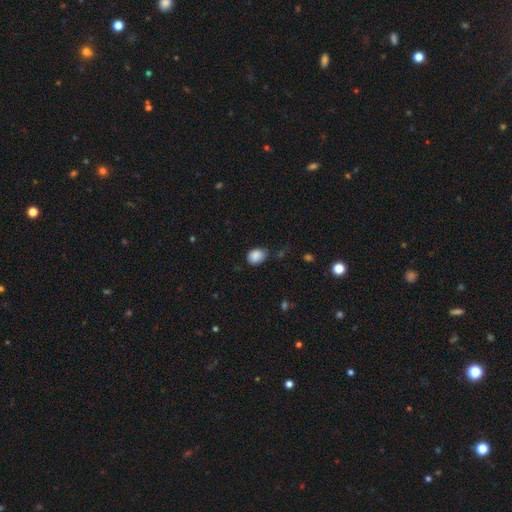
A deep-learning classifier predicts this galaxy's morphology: This appears to be a smooth galaxy with no disk features (87%) that is in between round and cigar-shaped (60%). Merging: none (64%).